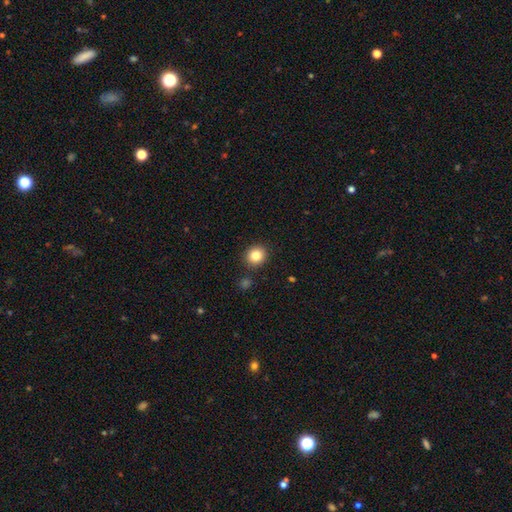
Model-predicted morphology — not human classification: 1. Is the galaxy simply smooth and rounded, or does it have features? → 83% smooth, 11% star or artifact, 7% featured or disk.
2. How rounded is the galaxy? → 84% round, 15% in between, 1% cigar-shaped.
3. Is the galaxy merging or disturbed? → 88% none, 7% minor disturbance, 3% merger, 2% major disturbance.